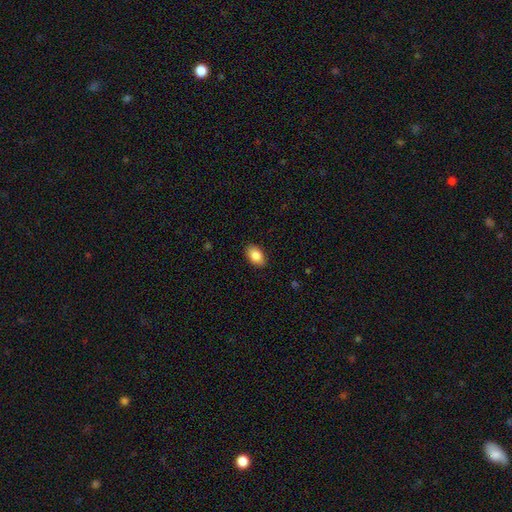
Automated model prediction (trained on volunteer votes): Q: Smooth or featured?
A: smooth (87%); runner-up: star or artifact (7%)
Q: How rounded?
A: in between (91%); runner-up: round (8%)
Q: Merging?
A: none (88%); runner-up: minor disturbance (9%)